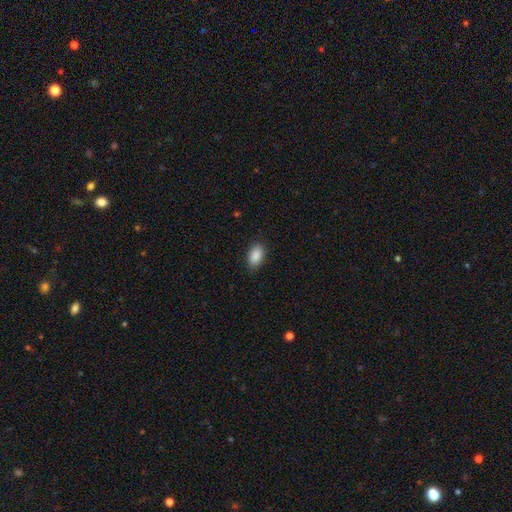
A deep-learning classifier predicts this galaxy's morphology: Q: Smooth or featured?
A: smooth (90%); runner-up: star or artifact (7%)
Q: How rounded?
A: in between (93%); runner-up: round (6%)
Q: Merging?
A: none (87%); runner-up: minor disturbance (9%)